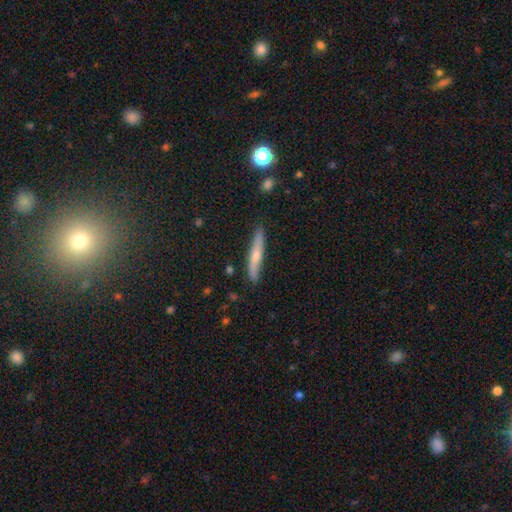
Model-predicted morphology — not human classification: smooth_or_featured: featured or disk (p=0.47) [alt: smooth p=0.45]
merging: none (p=0.85) [alt: minor disturbance p=0.12]